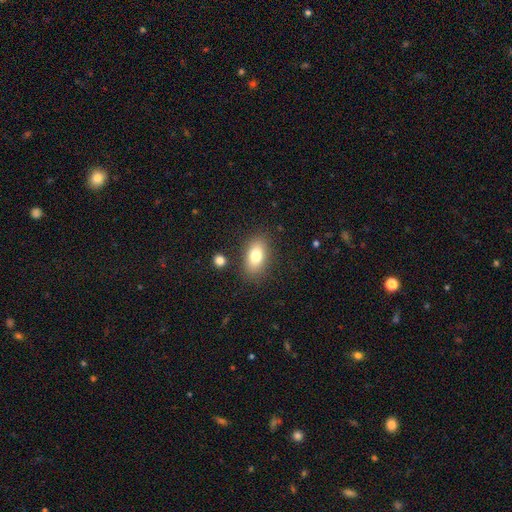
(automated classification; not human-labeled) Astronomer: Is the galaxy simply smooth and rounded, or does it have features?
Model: smooth — 78%.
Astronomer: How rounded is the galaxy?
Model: in between — 88%.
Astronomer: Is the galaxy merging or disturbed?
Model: none — 84%.